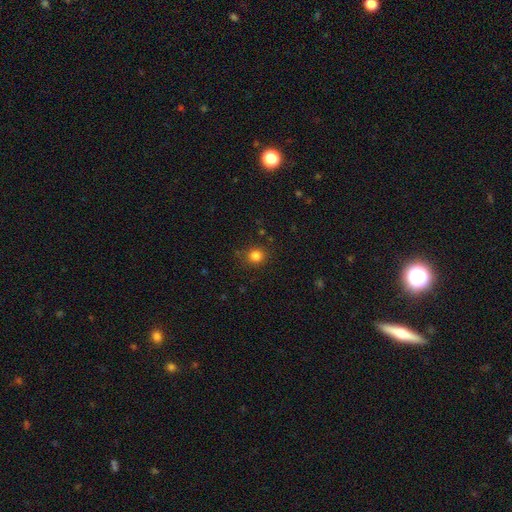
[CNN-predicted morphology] Smooth or featured? smooth (83%)
How rounded? round (87%)
Merging? none (84%)